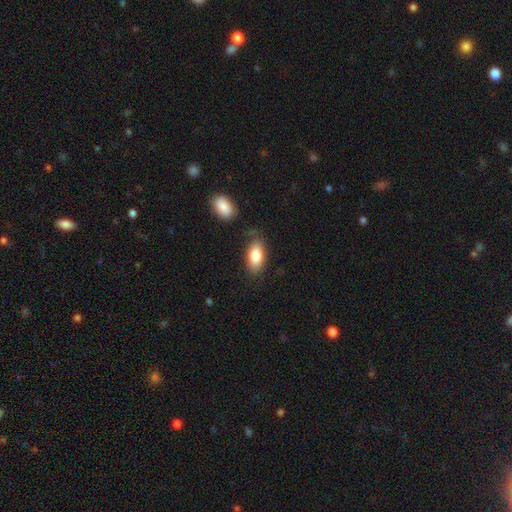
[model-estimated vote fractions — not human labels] Smooth or featured? Predicted: smooth (p=0.83). How rounded? Predicted: in between (p=0.91). Merging? Predicted: none (p=0.76).